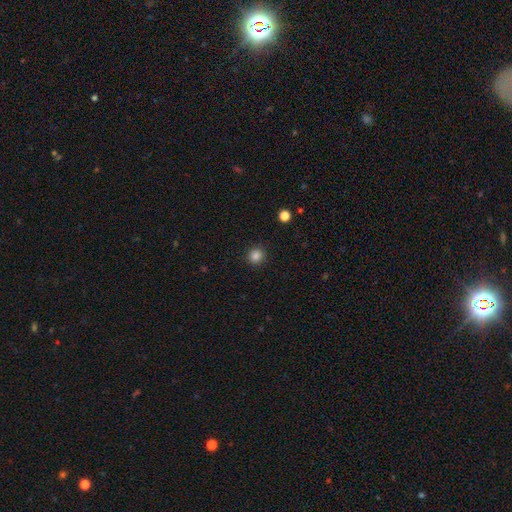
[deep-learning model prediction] This appears to be a smooth galaxy with no disk features (85%) that is round (91%). Merging: none (92%).